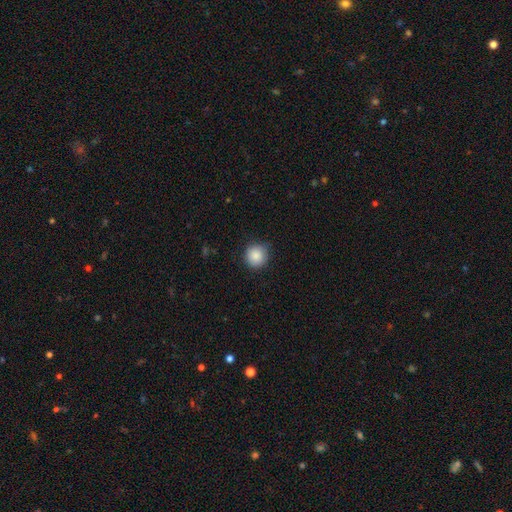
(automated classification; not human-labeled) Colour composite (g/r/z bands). It shows a smooth galaxy with no disk features (87%) that is round (93%). Merging: none (84%).